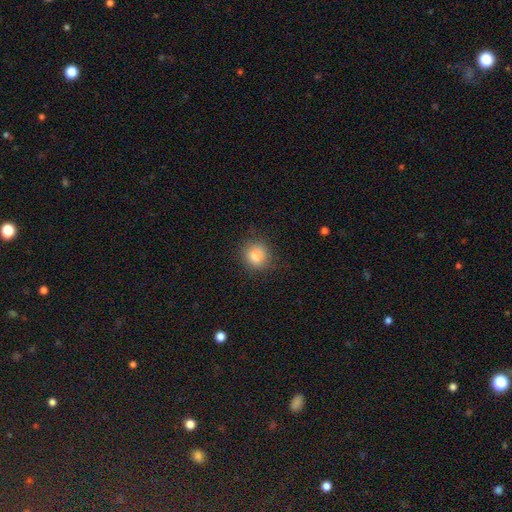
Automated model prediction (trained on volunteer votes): This is clearly a smooth galaxy (84%). How rounded: clearly round (86%). Merging: clearly none (82%).